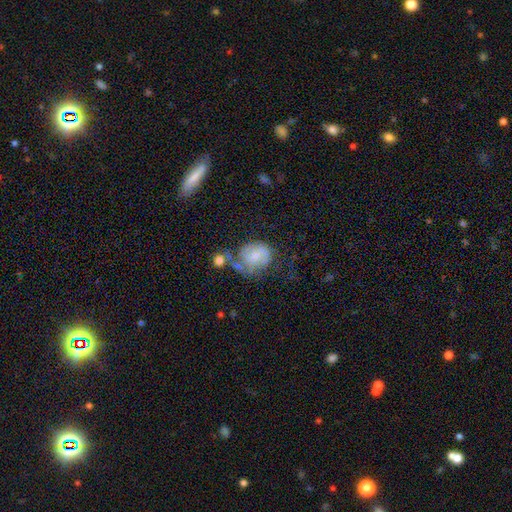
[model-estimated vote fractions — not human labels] smooth-or-featured: featured or disk: 54% | smooth: 38% | star or artifact: 8%
  disk-edge-on: no: 97% | yes: 3%
    bar: no: 70% | weak: 26% | strong: 4%
    has-spiral-arms: yes: 73% | no: 27%
    bulge-size: small: 45% | moderate: 37% | none: 11% | large: 5% | dominant: 2%
  merging: none: 33% | minor disturbance: 25% | major disturbance: 25% | merger: 17%